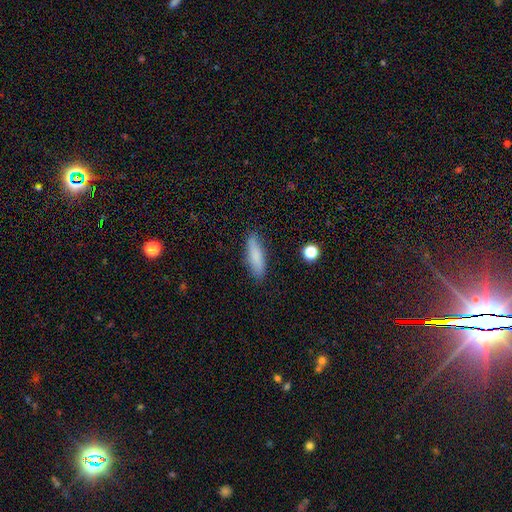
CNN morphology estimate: The model was most divided on "how rounded": cigar-shaped: 62%, in between: 36%, round: 2%. More confident: merging — none (85%); smooth or featured — smooth (82%).